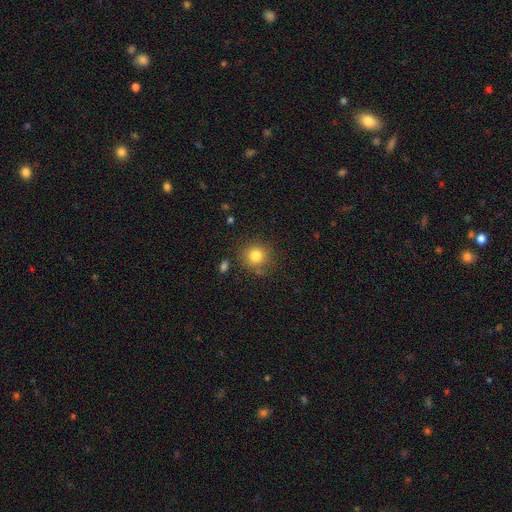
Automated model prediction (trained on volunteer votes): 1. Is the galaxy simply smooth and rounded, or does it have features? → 82% smooth, 11% star or artifact, 7% featured or disk.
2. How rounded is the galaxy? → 89% round, 10% in between, 1% cigar-shaped.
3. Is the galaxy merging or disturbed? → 80% none, 12% minor disturbance, 4% merger, 4% major disturbance.